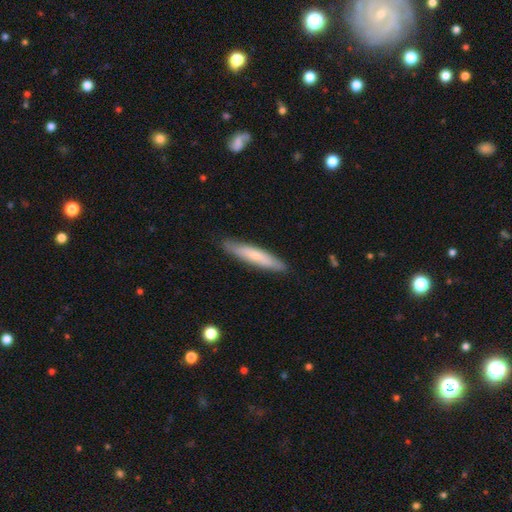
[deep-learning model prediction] Smooth or featured? smooth (63%)
How rounded? cigar-shaped (88%)
Merging? none (86%)